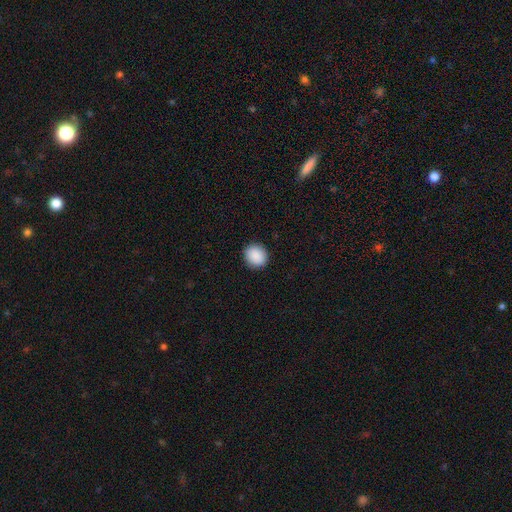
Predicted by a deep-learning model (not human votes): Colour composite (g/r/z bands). It shows a smooth galaxy with no disk features (90%) that is round (81%). Merging: none (91%).